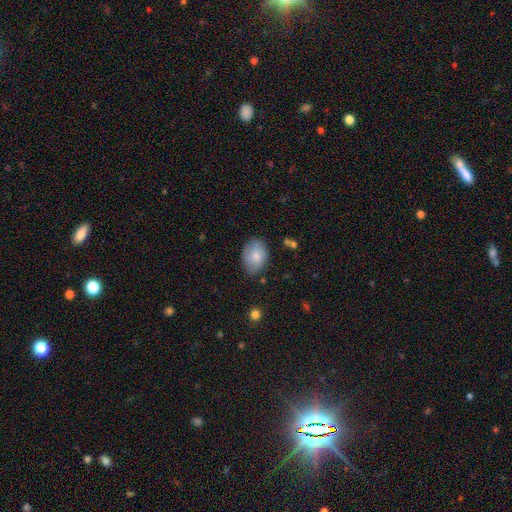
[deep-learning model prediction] Q: Smooth or featured?
A: smooth (74%); runner-up: featured or disk (19%)
Q: How rounded?
A: in between (77%); runner-up: round (22%)
Q: Merging?
A: none (70%); runner-up: minor disturbance (24%)